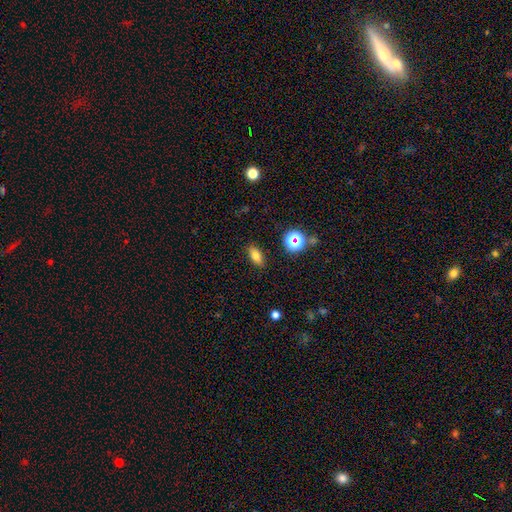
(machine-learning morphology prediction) smooth_or_featured: smooth (p=0.74) [alt: star or artifact p=0.13]
how_rounded: in between (p=0.80) [alt: cigar-shaped p=0.11]
merging: none (p=0.87) [alt: minor disturbance p=0.09]